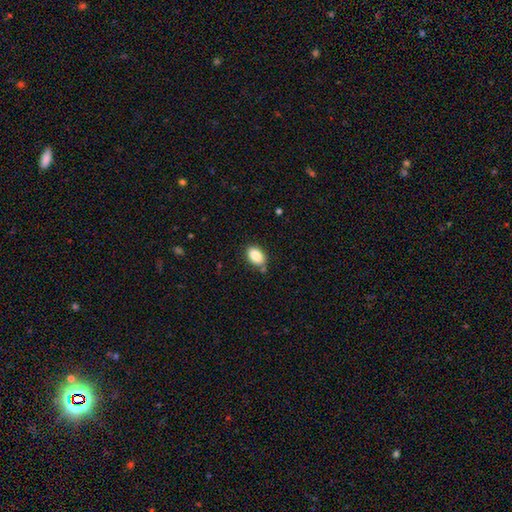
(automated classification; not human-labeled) A smooth galaxy with no disk features (87%) that is in between round and cigar-shaped (88%). Merging: none (76%).